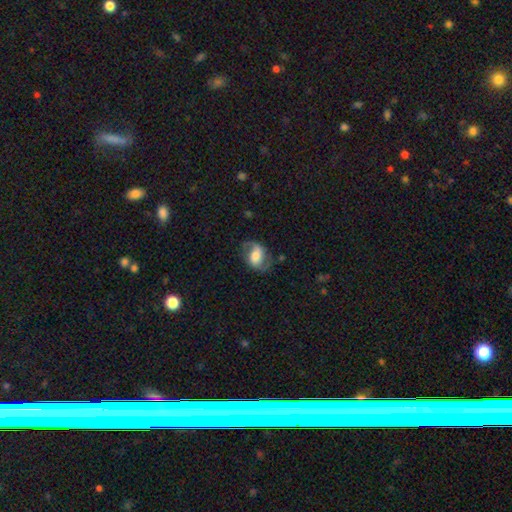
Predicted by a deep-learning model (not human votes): This appears to be a featured or disk galaxy (55%) with no bar (39%), spiral arms (83%) and a moderate central bulge (46%). Merging: none (58%).